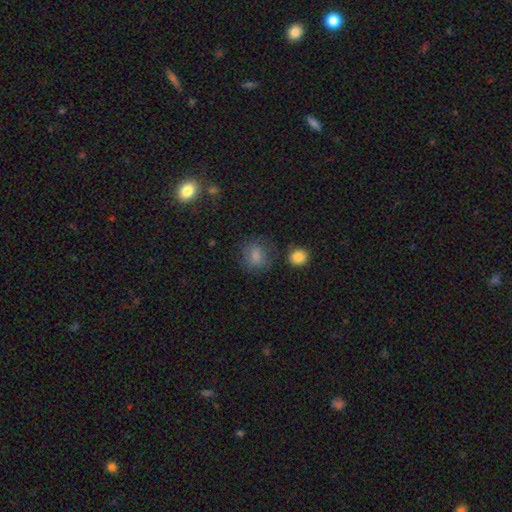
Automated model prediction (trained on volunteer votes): Smooth or featured?
  - smooth: 80% *
  - star or artifact: 11%
  - featured or disk: 9%
How rounded?
  - round: 71% *
  - in between: 28%
  - cigar-shaped: 1%
Merging?
  - none: 71% *
  - minor disturbance: 17%
  - major disturbance: 8%
  - merger: 3%